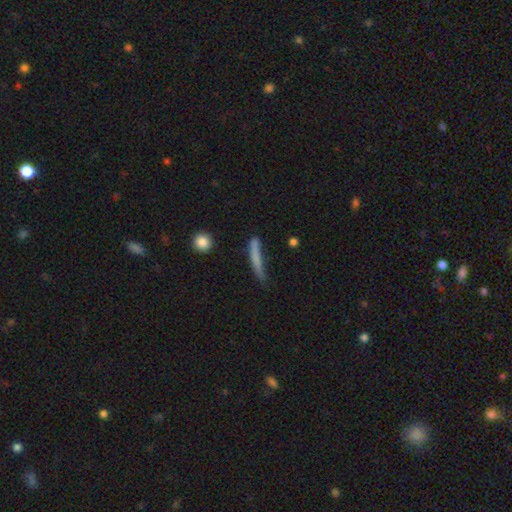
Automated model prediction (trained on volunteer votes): Q: Smooth or featured?
A: smooth (71%); runner-up: featured or disk (21%)
Q: How rounded?
A: cigar-shaped (92%); runner-up: in between (6%)
Q: Merging?
A: none (57%); runner-up: minor disturbance (28%)